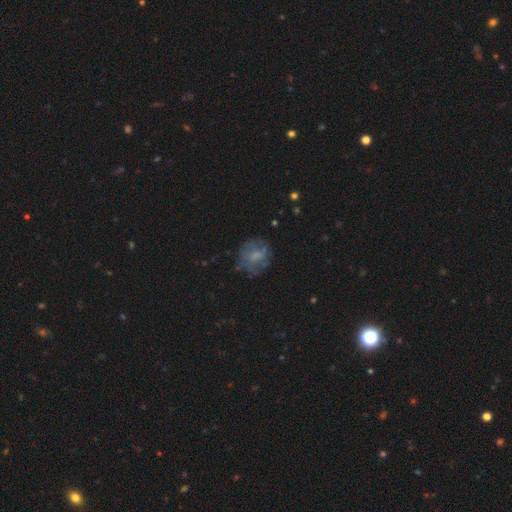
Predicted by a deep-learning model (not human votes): Smooth or featured?
  - smooth: 51% *
  - featured or disk: 38%
  - star or artifact: 11%
How rounded?
  - round: 73% *
  - in between: 26%
  - cigar-shaped: 1%
Merging?
  - none: 66% *
  - minor disturbance: 20%
  - major disturbance: 12%
  - merger: 2%